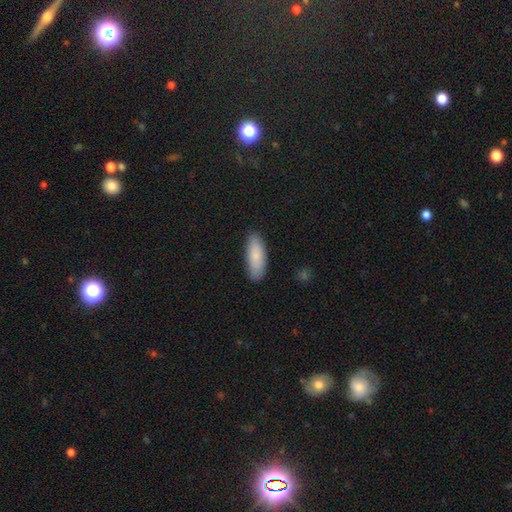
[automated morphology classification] smooth-or-featured: smooth: 86% | featured or disk: 8% | star or artifact: 6%
  how-rounded: in between: 68% | cigar-shaped: 30% | round: 2%
  merging: none: 87% | minor disturbance: 10% | major disturbance: 2% | merger: 1%